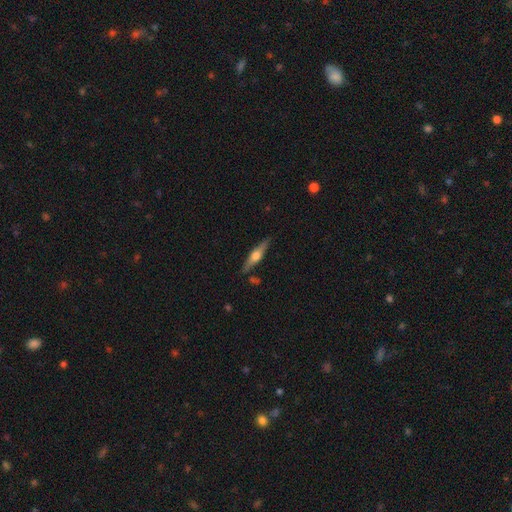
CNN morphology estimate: Smooth or featured? Predicted: featured or disk (p=0.67). Edge-on disk? Predicted: yes (p=0.96). Edge-on bulge? Predicted: rounded (p=0.91). Merging? Predicted: none (p=0.84).